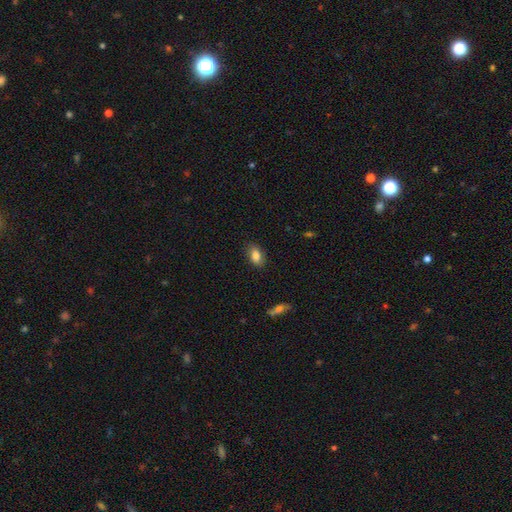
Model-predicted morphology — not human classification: A smooth galaxy with no disk features (83%) that is in between round and cigar-shaped (89%). Merging: none (81%).